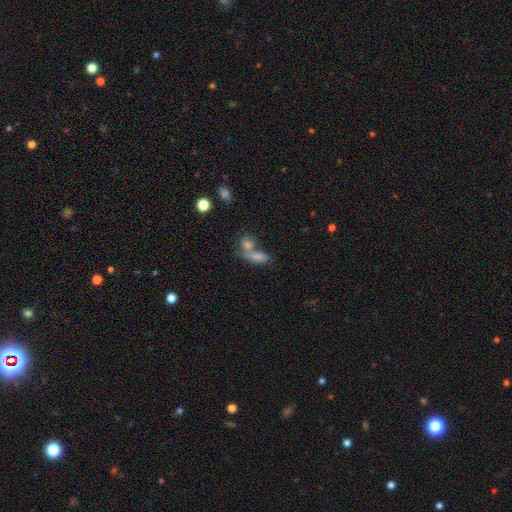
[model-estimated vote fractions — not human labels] Overall: smooth (76%). How rounded: in between (74%). Merging: merger (58%; none 28%).